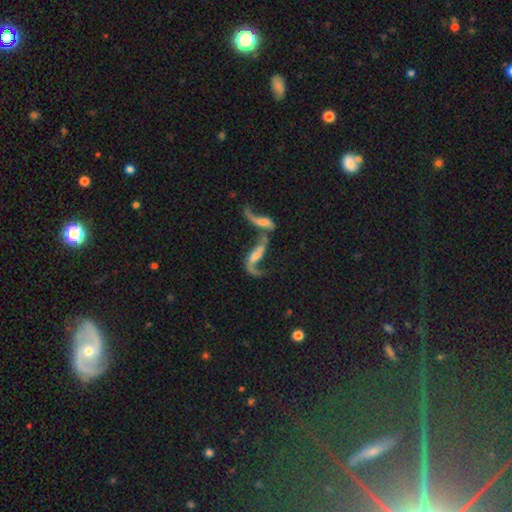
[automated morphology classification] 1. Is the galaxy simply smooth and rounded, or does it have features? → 71% featured or disk, 18% smooth, 11% star or artifact.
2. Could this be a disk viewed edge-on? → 86% no, 14% yes.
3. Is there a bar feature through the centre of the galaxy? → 50% no, 32% weak, 18% strong.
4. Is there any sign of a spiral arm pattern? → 75% yes, 25% no.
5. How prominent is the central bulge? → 33% none, 28% small, 28% moderate, 8% large, 2% dominant.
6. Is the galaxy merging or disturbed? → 62% merger, 17% none, 14% major disturbance, 7% minor disturbance.